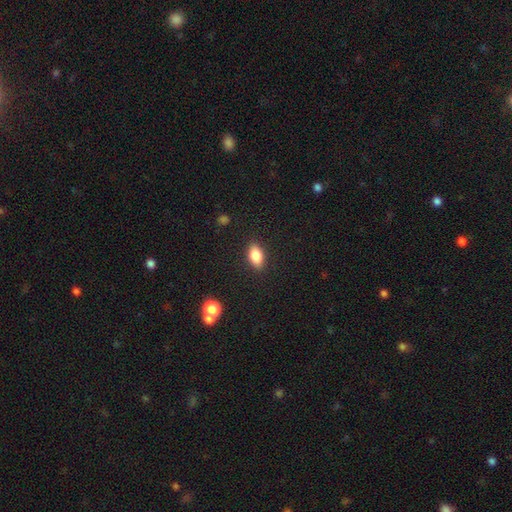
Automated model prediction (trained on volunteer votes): Smooth or featured? smooth (83%)
How rounded? in between (88%)
Merging? none (88%)